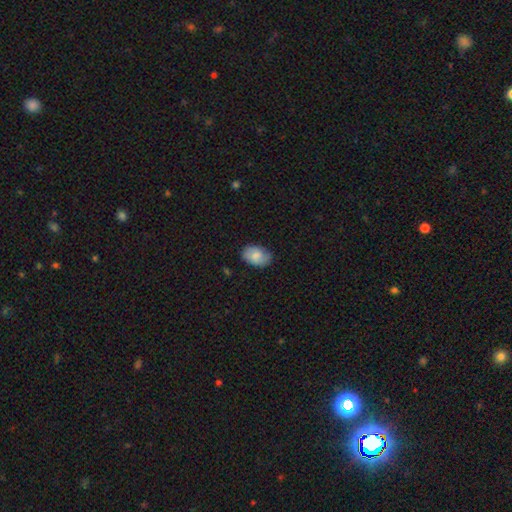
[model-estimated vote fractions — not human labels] smooth_or_featured: smooth (p=0.75) [alt: featured or disk p=0.17]
how_rounded: in between (p=0.87) [alt: round p=0.12]
merging: none (p=0.79) [alt: minor disturbance p=0.17]